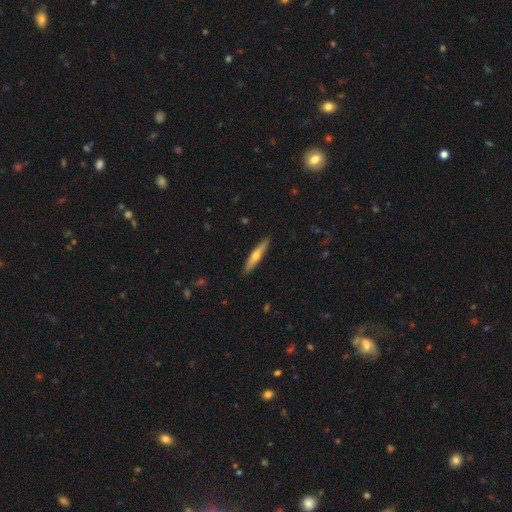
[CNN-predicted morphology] smooth 50%, featured or disk 45%, star or artifact 5%. Down the decision tree: how rounded — cigar-shaped (89%); merging — none (90%).